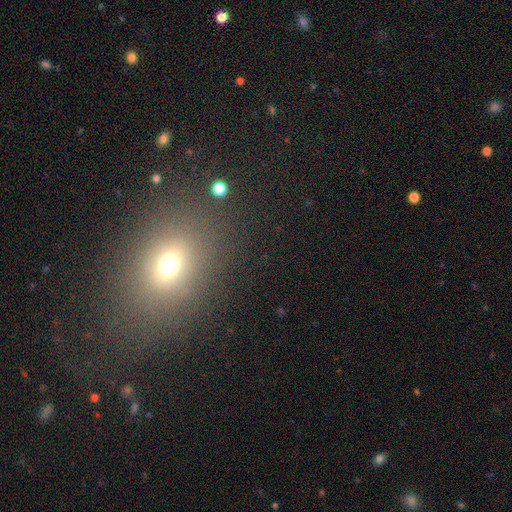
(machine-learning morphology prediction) smooth 57%, star or artifact 32%, featured or disk 11%. Down the decision tree: how rounded — in between (58%); merging — none (81%).